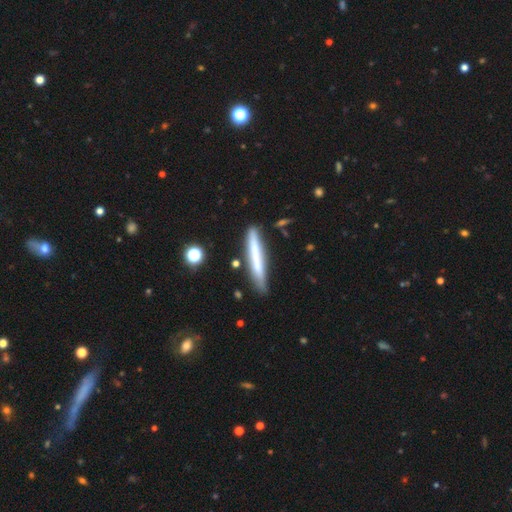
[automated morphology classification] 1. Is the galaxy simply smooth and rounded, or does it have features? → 62% smooth, 31% featured or disk, 7% star or artifact.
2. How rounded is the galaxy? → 94% cigar-shaped, 4% in between, 1% round.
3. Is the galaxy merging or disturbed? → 80% none, 14% minor disturbance, 3% merger, 3% major disturbance.